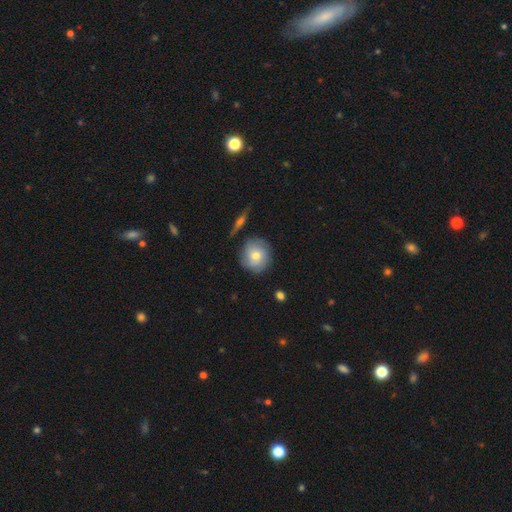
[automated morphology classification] smooth_or_featured: smooth (p=0.66) [alt: featured or disk p=0.26]
how_rounded: round (p=0.90) [alt: in between p=0.09]
merging: none (p=0.79) [alt: minor disturbance p=0.14]